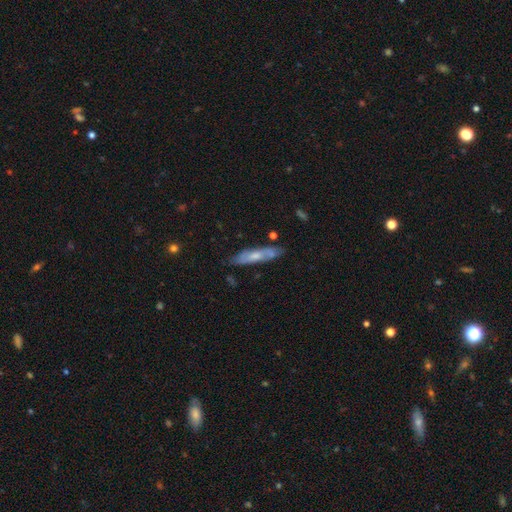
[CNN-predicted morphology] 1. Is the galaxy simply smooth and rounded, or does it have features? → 50% featured or disk, 43% smooth, 7% star or artifact.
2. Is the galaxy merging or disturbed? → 75% none, 18% minor disturbance, 4% major disturbance, 4% merger.